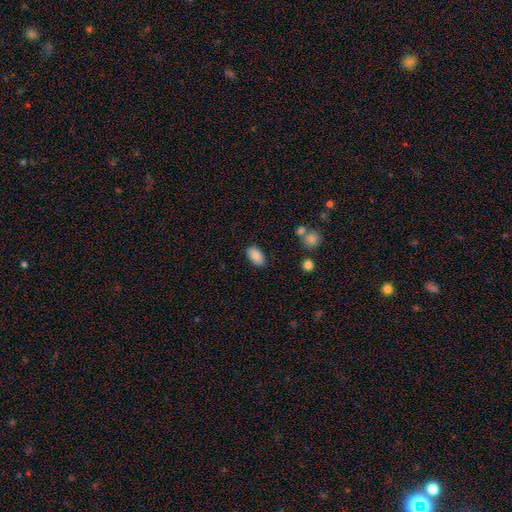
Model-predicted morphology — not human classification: smooth 88%, star or artifact 8%, featured or disk 5%. Down the decision tree: how rounded — in between (93%); merging — none (84%).